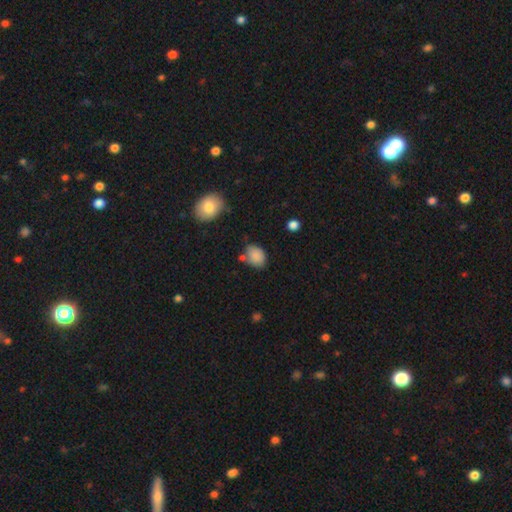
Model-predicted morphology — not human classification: Smooth or featured? Predicted: smooth (p=0.84). How rounded? Predicted: in between (p=0.62). Merging? Predicted: none (p=0.62).